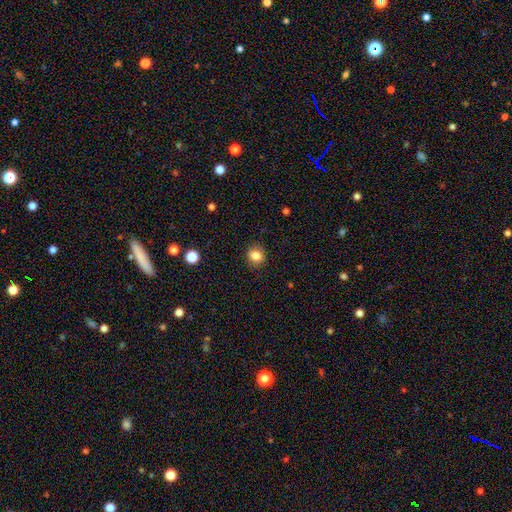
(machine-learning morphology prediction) A smooth galaxy with no disk features (83%) that is round (73%). Merging: none (86%).